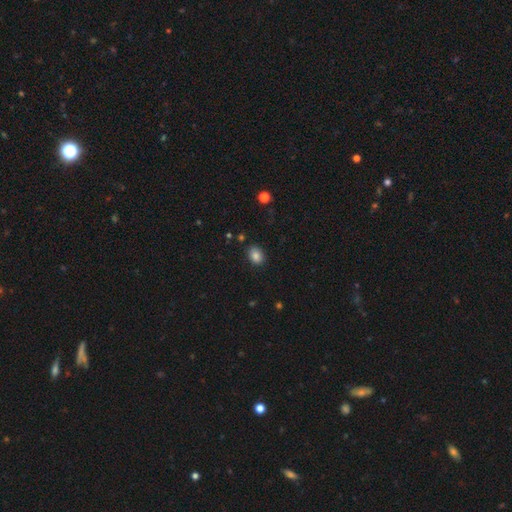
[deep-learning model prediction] Morphology: type=smooth (84%); roundness=in between (63%); merging=none (85%).